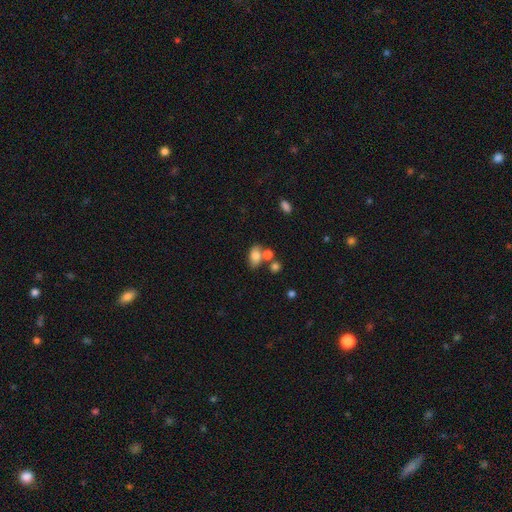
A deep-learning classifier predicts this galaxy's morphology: smooth_or_featured: smooth (p=0.78) [alt: featured or disk p=0.12]
how_rounded: in between (p=0.84) [alt: round p=0.14]
merging: none (p=0.48) [alt: merger p=0.31]